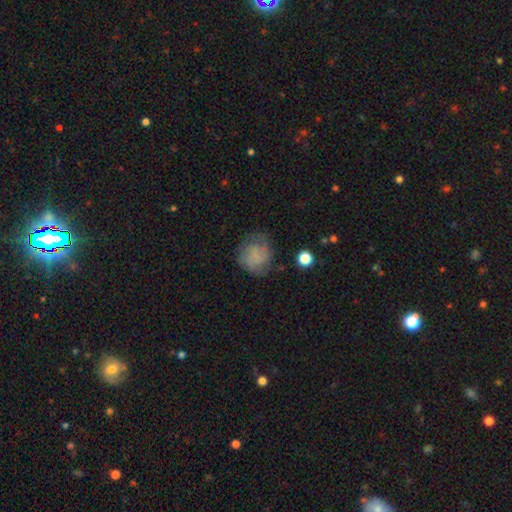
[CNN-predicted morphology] type=smooth (46%); merging=none (67%).